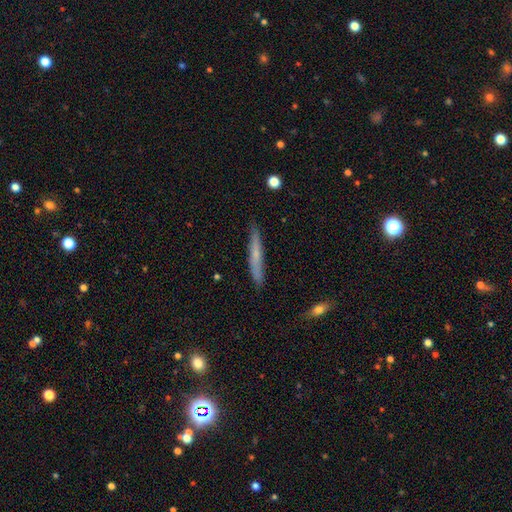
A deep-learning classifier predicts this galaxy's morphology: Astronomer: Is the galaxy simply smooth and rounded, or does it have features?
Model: smooth — 50% (runner-up: featured or disk, 43%).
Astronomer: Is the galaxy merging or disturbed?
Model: none — 86%.